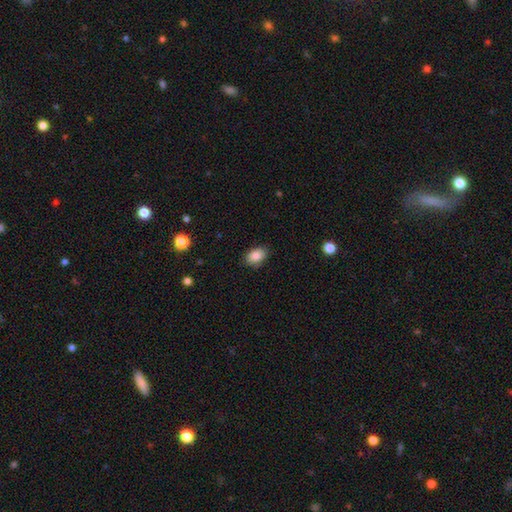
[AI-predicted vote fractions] Smooth or featured? Predicted: smooth (p=0.87). How rounded? Predicted: in between (p=0.86). Merging? Predicted: none (p=0.86).